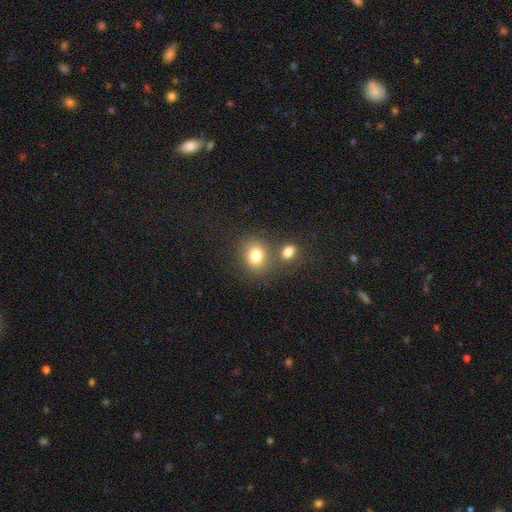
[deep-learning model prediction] smooth_or_featured: smooth (p=0.79) [alt: star or artifact p=0.12]
how_rounded: round (p=0.64) [alt: in between p=0.35]
merging: none (p=0.60) [alt: merger p=0.24]